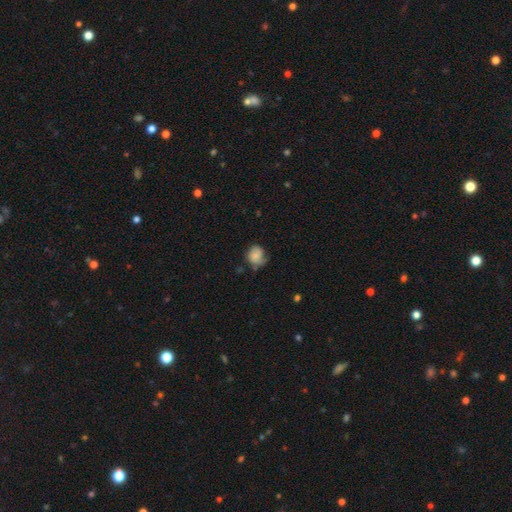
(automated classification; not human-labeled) Smooth or featured? Predicted: smooth (p=0.69). How rounded? Predicted: round (p=0.67). Merging? Predicted: none (p=0.48).